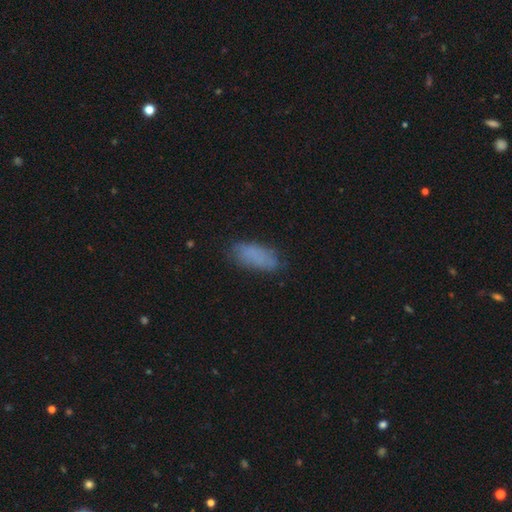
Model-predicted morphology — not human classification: type=smooth (78%); roundness=in between (83%); merging=none (77%).